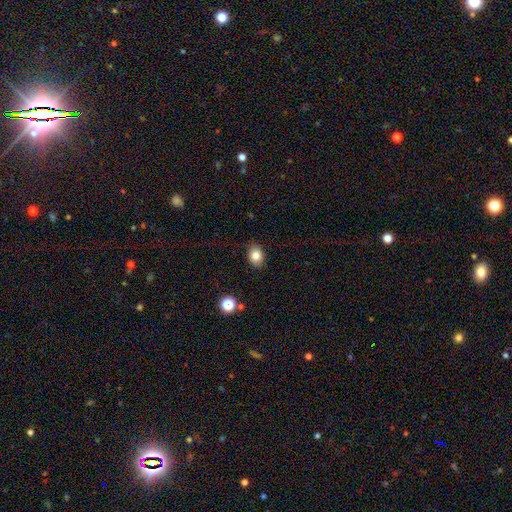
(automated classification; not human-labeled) A smooth galaxy with no disk features (83%) that is in between round and cigar-shaped (68%). Merging: none (87%).